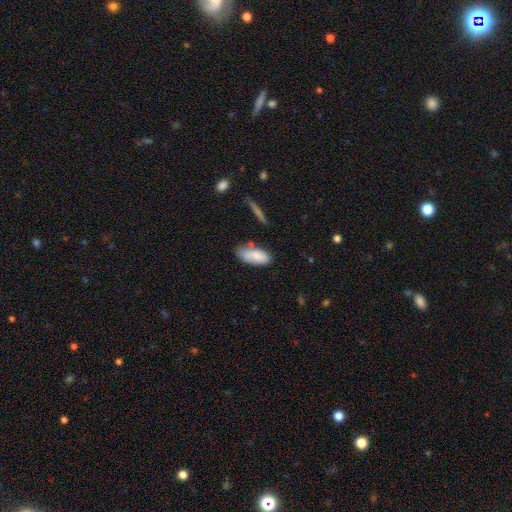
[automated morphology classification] Smooth or featured? Predicted: smooth (p=0.83). How rounded? Predicted: in between (p=0.89). Merging? Predicted: none (p=0.58).